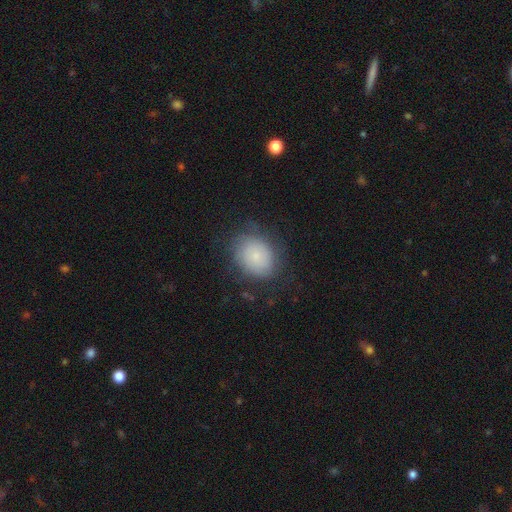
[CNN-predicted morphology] The model was most divided on "how rounded": round: 50%, in between: 49%, cigar-shaped: 1%. More confident: merging — none (73%); smooth or featured — smooth (73%).